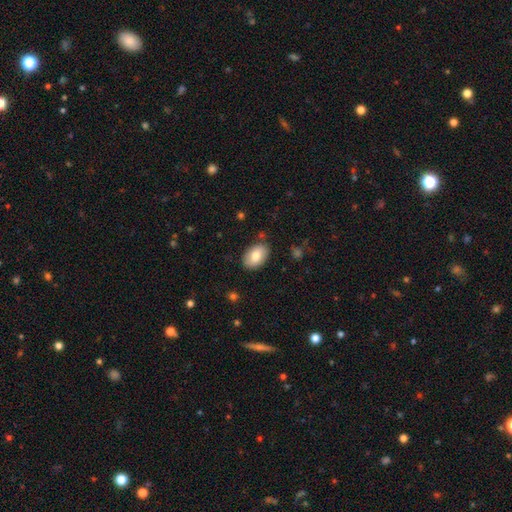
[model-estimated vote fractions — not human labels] Smooth or featured? smooth (78%)
How rounded? in between (90%)
Merging? none (85%)